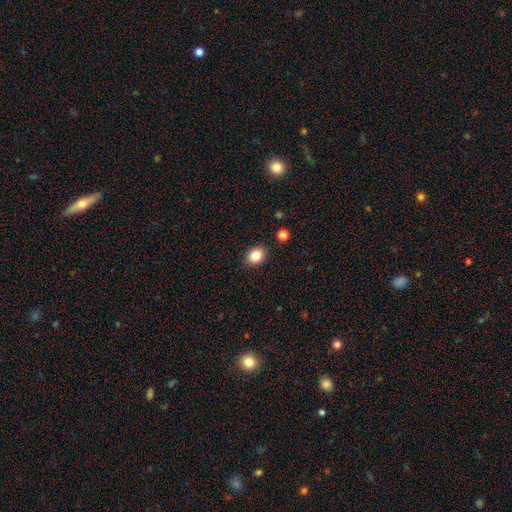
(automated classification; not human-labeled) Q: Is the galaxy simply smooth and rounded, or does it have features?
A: smooth — 85%.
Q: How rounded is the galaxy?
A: round — 55%.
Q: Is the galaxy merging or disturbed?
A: none — 88%.